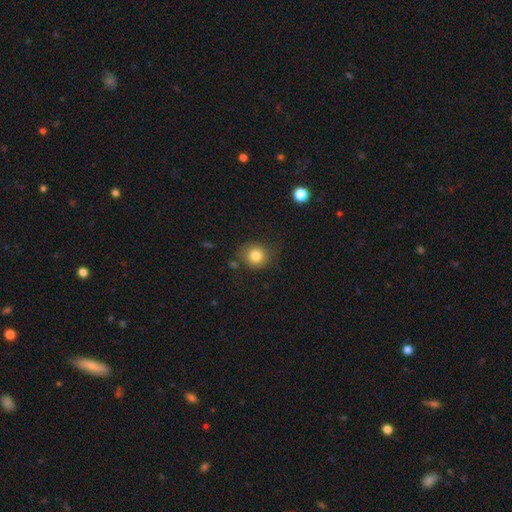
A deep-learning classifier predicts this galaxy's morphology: smooth 81%, star or artifact 10%, featured or disk 9%. Down the decision tree: how rounded — round (86%); merging — none (76%).